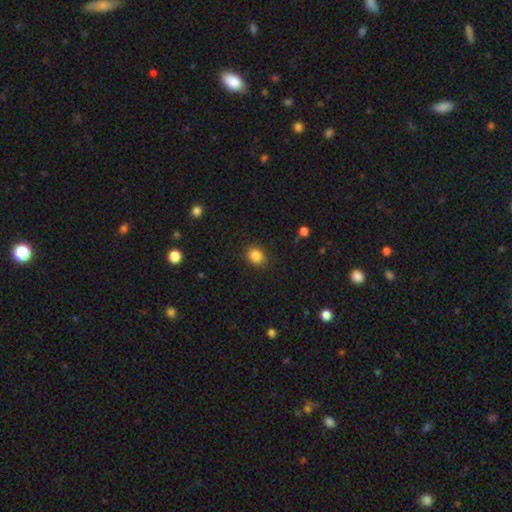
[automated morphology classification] A smooth galaxy with no disk features (86%) that is round (65%).

Vote fractions:
- Smooth or featured? smooth: 86% / star or artifact: 10% / featured or disk: 4%
- How rounded? round: 65% / in between: 34% / cigar-shaped: 1%
- Merging? none: 88% / minor disturbance: 8% / major disturbance: 3% / merger: 1%